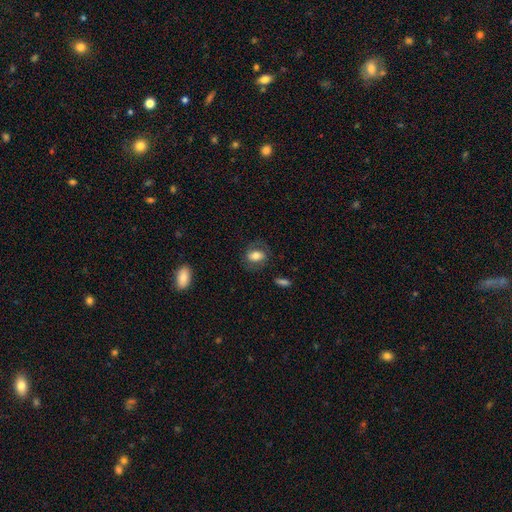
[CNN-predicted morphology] Smooth or featured? Predicted: smooth (p=0.66). How rounded? Predicted: in between (p=0.76). Merging? Predicted: none (p=0.72).